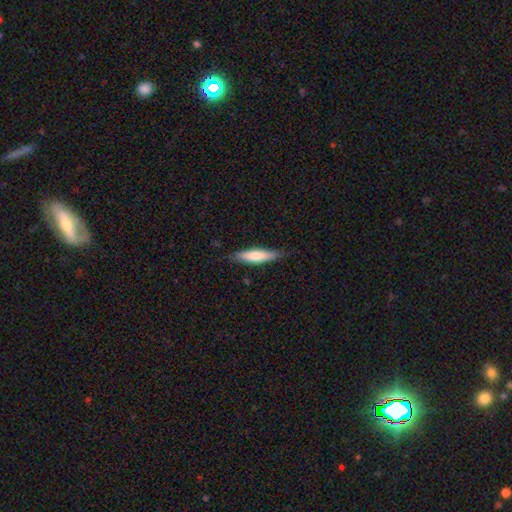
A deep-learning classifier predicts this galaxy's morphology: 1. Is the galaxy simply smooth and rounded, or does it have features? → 65% smooth, 29% featured or disk, 6% star or artifact.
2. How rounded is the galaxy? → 75% cigar-shaped, 24% in between, 2% round.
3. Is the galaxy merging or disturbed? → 82% none, 14% minor disturbance, 2% major disturbance, 1% merger.